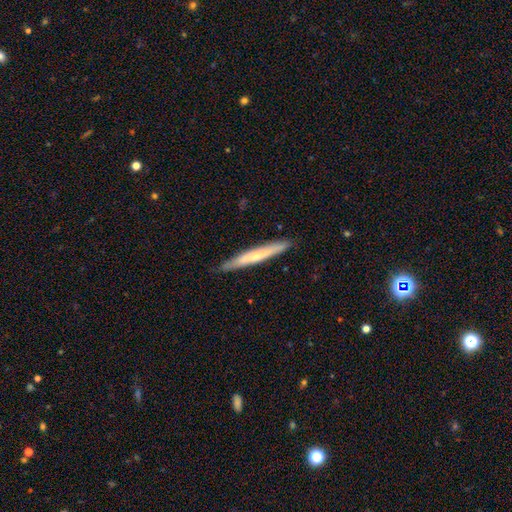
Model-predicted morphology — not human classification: Overall: smooth (50%; featured or disk 45%). Merging: none (89%).